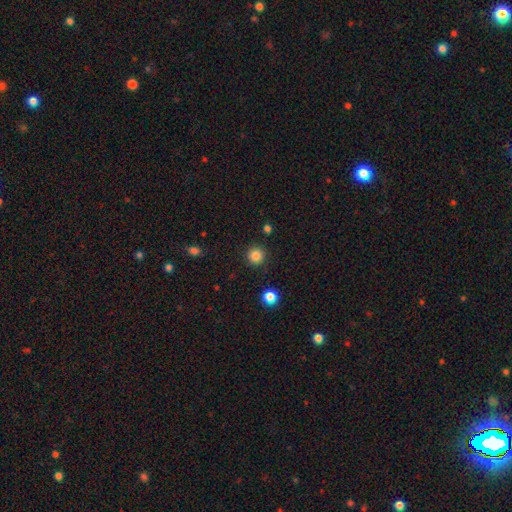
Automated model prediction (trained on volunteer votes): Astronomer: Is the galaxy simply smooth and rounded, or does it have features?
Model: smooth — 85%.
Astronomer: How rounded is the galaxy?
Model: round — 95%.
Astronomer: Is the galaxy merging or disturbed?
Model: none — 91%.